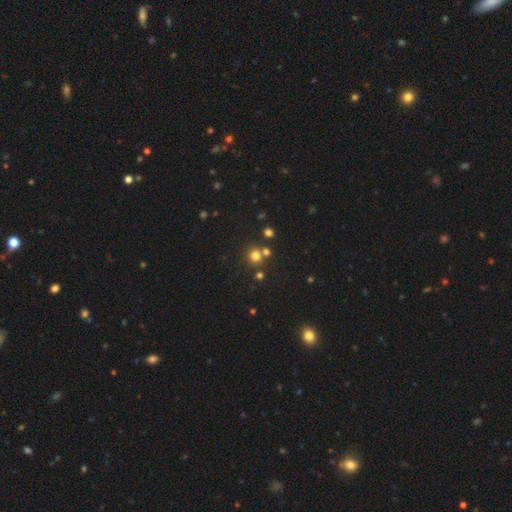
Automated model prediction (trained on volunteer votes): smooth 73%, star or artifact 19%, featured or disk 7%. Down the decision tree: how rounded — round (92%); merging — none (69%).